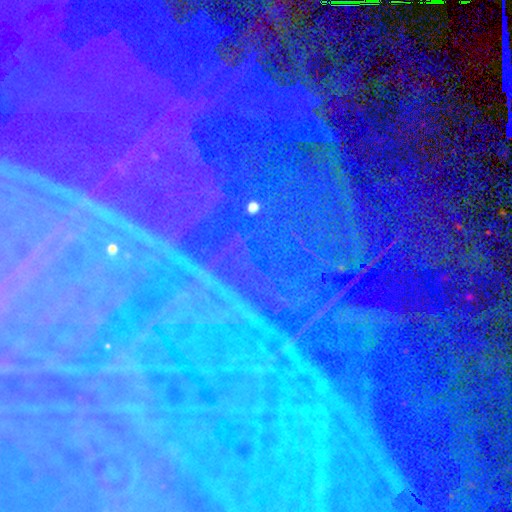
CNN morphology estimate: A star or artifact, not a galaxy (85%).

Vote fractions:
- Smooth or featured? star or artifact: 85% / featured or disk: 9% / smooth: 7%